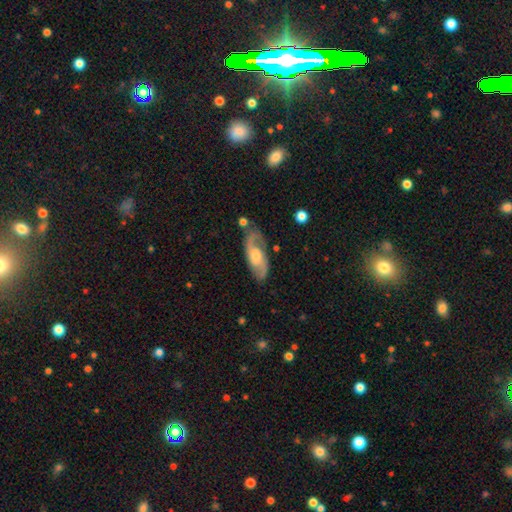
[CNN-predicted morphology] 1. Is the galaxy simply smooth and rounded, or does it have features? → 79% featured or disk, 15% smooth, 6% star or artifact.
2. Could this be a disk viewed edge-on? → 91% no, 9% yes.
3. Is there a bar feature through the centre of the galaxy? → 48% no, 41% weak, 11% strong.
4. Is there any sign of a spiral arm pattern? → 94% yes, 6% no.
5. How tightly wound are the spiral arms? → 52% medium, 24% tight, 23% loose.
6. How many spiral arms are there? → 88% 2, 7% can't tell, 3% 1, 1% 3, 1% 4, 1% more than 4.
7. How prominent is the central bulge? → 51% moderate, 28% small, 13% large, 7% none, 2% dominant.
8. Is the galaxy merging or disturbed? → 77% none, 15% minor disturbance, 5% major disturbance, 3% merger.